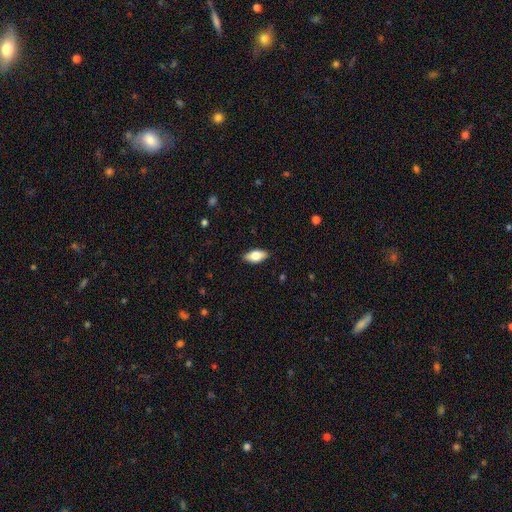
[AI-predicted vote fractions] smooth 71%, featured or disk 23%, star or artifact 7%. Down the decision tree: how rounded — in between (86%); merging — none (87%).